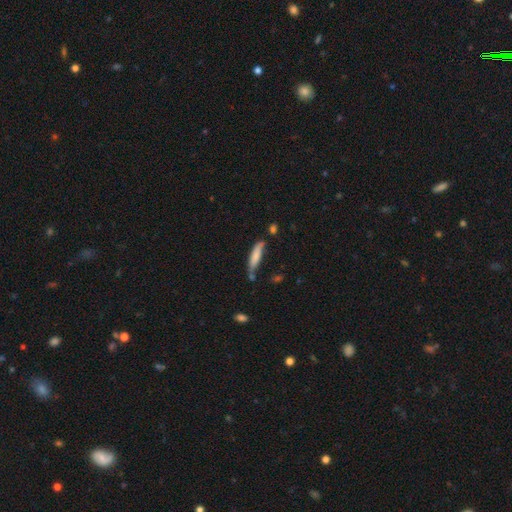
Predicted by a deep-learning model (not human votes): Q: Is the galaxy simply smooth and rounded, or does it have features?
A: smooth — 75%.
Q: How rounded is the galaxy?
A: cigar-shaped — 80%.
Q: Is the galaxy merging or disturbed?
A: none — 58%.